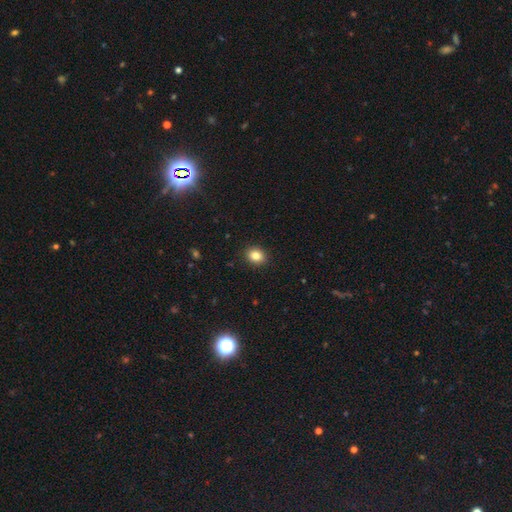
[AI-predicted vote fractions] Morphology: type=smooth (84%); roundness=round (59%); merging=none (91%).